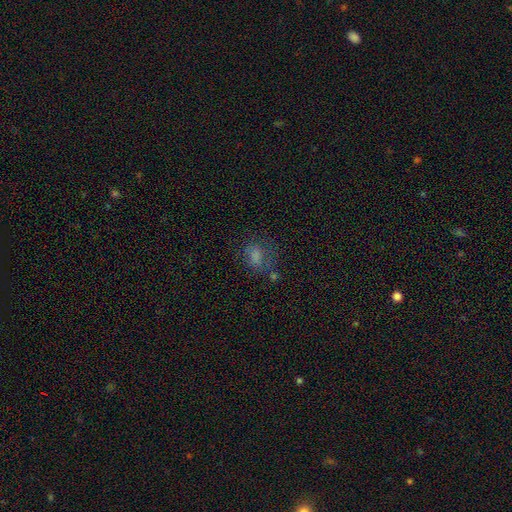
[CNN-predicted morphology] The model was most divided on "smooth or featured": smooth: 54%, star or artifact: 29%, featured or disk: 17%. More confident: how rounded — in between (63%); merging — none (60%).